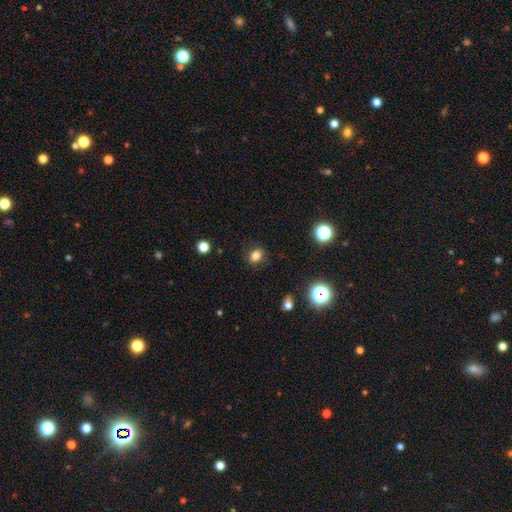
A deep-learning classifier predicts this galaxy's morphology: This appears to be a smooth galaxy with no disk features (81%) that is in between round and cigar-shaped (61%). Merging: none (86%).